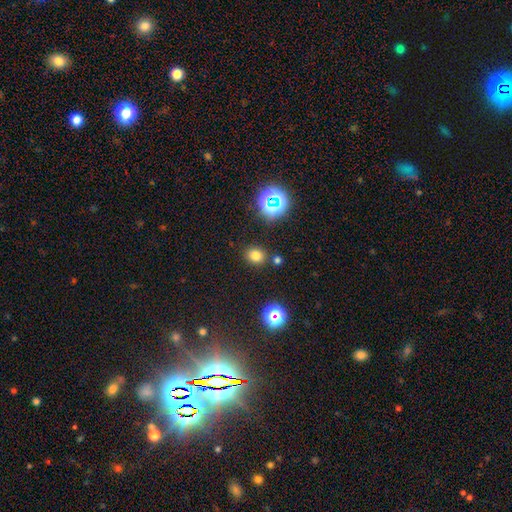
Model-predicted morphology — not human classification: A smooth galaxy with no disk features (74%) that is round (67%).

Vote fractions:
- Smooth or featured? smooth: 74% / star or artifact: 20% / featured or disk: 6%
- How rounded? round: 67% / in between: 32% / cigar-shaped: 1%
- Merging? none: 82% / minor disturbance: 9% / merger: 6% / major disturbance: 3%